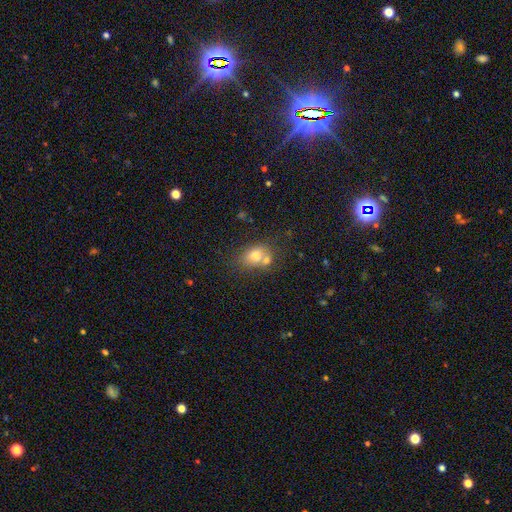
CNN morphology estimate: smooth-or-featured: smooth: 74% | featured or disk: 15% | star or artifact: 11%
  how-rounded: in between: 60% | round: 39% | cigar-shaped: 1%
  merging: none: 43% | merger: 40% | minor disturbance: 13% | major disturbance: 5%